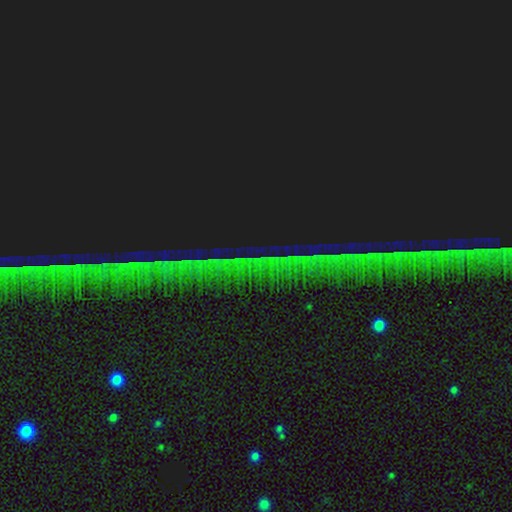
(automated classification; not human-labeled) Smooth or featured? star or artifact (86%)